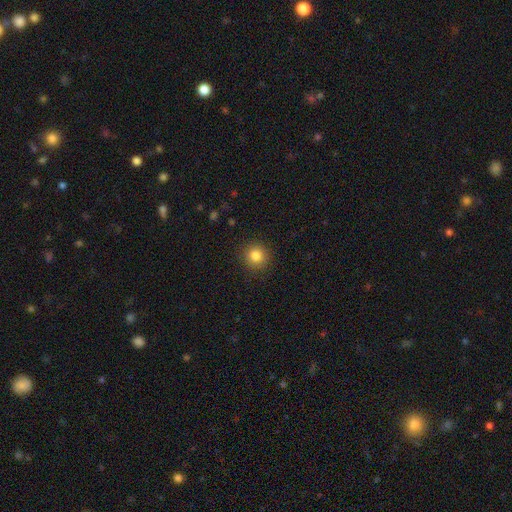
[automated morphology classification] smooth 83%, star or artifact 11%, featured or disk 6%. Down the decision tree: how rounded — round (94%); merging — none (91%).